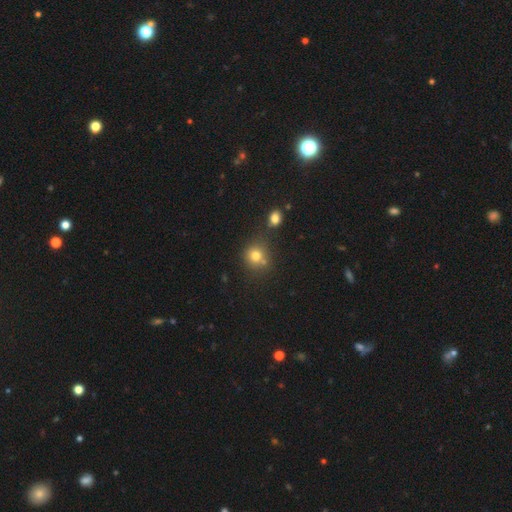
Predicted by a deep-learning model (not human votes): smooth_or_featured: smooth (p=0.75) [alt: star or artifact p=0.15]
how_rounded: round (p=0.85) [alt: in between p=0.14]
merging: none (p=0.63) [alt: merger p=0.21]